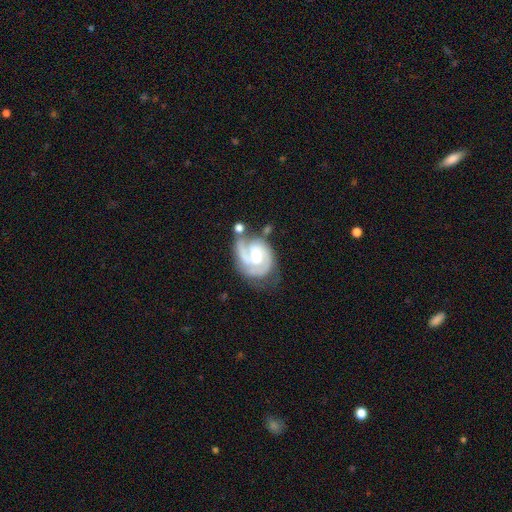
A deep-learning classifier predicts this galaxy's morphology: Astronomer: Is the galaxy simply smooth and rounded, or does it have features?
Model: featured or disk — 86%.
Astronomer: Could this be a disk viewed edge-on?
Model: no — 98%.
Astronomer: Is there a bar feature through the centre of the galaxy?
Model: weak — 45% (runner-up: no, 42%).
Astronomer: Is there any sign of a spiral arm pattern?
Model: yes — 96%.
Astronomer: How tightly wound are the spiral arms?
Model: tight — 54% (runner-up: medium, 37%).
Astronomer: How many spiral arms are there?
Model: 2 — 55%.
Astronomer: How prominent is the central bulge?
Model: moderate — 53%.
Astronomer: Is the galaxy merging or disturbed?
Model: none — 46% (runner-up: minor disturbance, 23%).